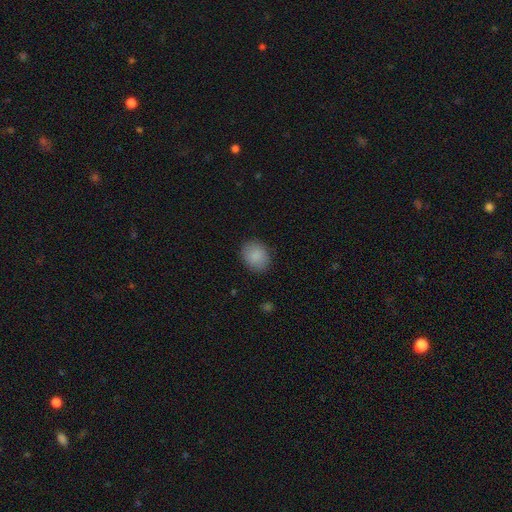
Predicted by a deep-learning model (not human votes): This appears to be a smooth galaxy with no disk features (88%) that is round (58%). Merging: none (86%).